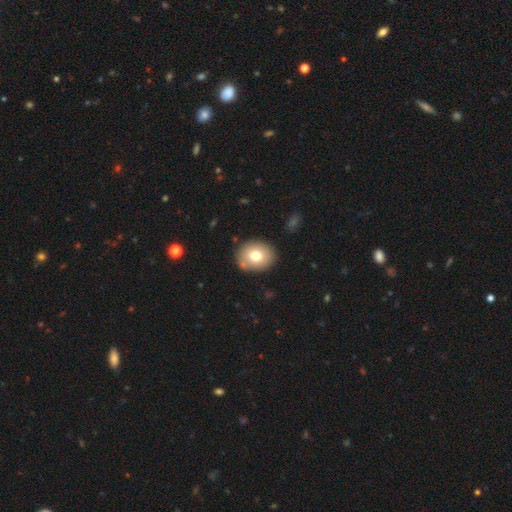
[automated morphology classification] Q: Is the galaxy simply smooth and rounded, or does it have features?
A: smooth — 73%.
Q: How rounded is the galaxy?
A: round — 55%.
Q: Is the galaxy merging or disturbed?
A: none — 83%.